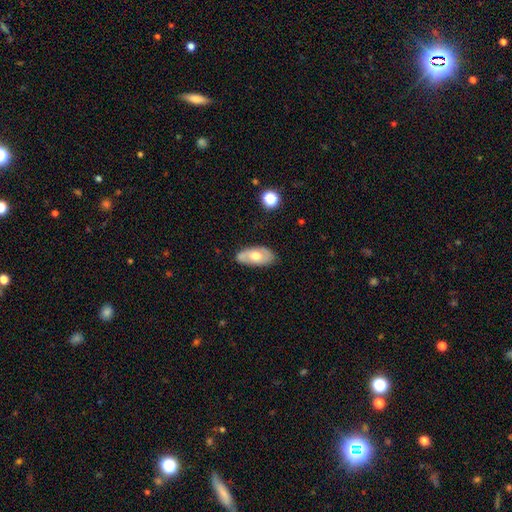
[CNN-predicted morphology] Smooth or featured: featured or disk — 47% (tied with smooth — 47%)
Merging: none — 76% (minor disturbance — 18%)